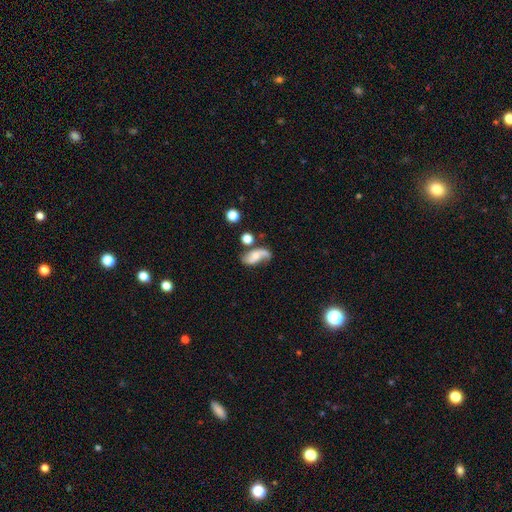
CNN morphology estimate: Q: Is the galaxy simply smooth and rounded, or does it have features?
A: featured or disk — 65%.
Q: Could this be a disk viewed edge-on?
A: no — 95%.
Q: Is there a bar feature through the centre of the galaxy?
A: no — 61%.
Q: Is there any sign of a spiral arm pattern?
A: yes — 90%.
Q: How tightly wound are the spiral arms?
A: loose — 63%.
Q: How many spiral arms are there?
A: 2 — 79%.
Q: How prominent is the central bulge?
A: moderate — 42%, tied with small.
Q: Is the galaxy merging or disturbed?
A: none — 53%.